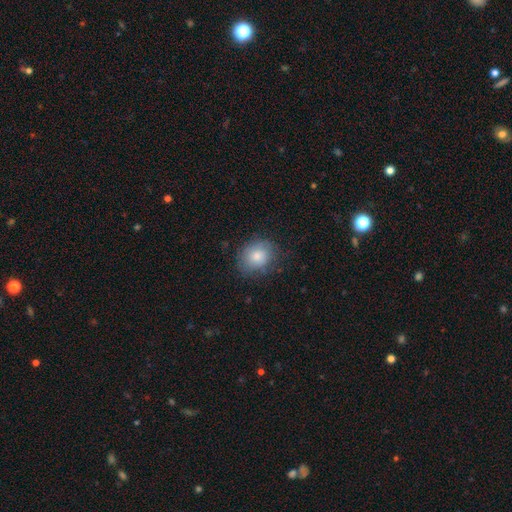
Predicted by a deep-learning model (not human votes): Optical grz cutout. It shows a smooth galaxy with no disk features (74%) that is round (61%). Merging: none (76%).